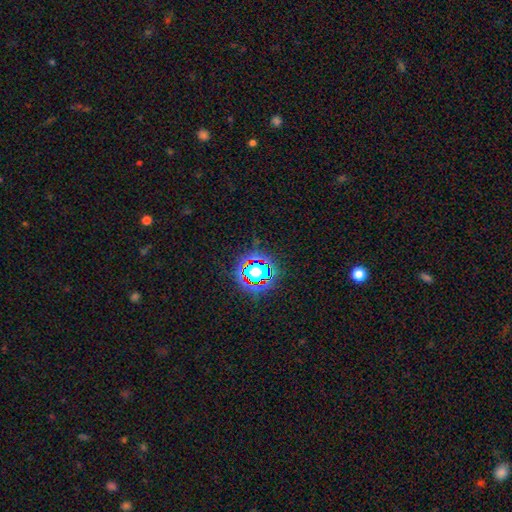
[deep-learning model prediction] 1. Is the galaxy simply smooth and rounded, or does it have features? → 78% star or artifact, 14% smooth, 8% featured or disk.